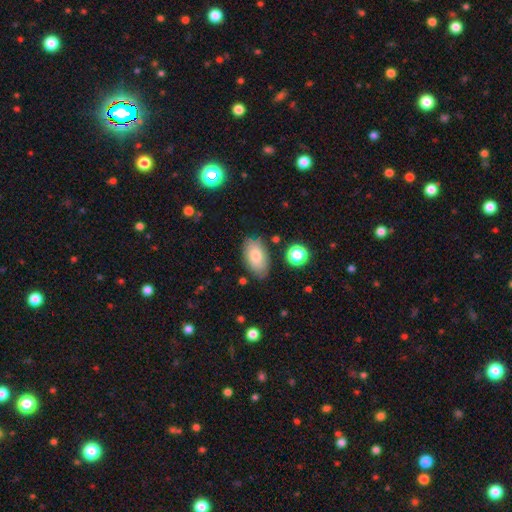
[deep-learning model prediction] The model was most divided on "smooth or featured": smooth: 76%, featured or disk: 16%, star or artifact: 8%. More confident: how rounded — in between (93%); merging — none (77%).